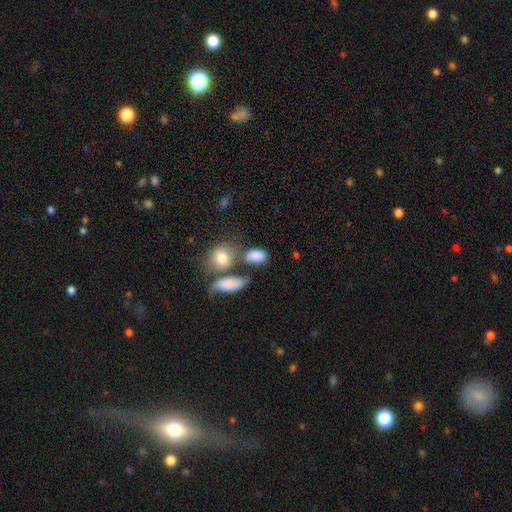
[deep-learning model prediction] A smooth galaxy with no disk features (84%) that is in between round and cigar-shaped (84%).

Vote fractions:
- Smooth or featured? smooth: 84% / featured or disk: 9% / star or artifact: 8%
- How rounded? in between: 84% / round: 13% / cigar-shaped: 3%
- Merging? none: 49% / merger: 26% / minor disturbance: 16% / major disturbance: 8%